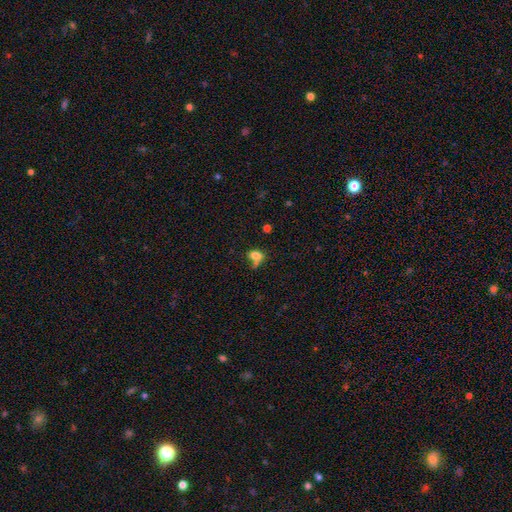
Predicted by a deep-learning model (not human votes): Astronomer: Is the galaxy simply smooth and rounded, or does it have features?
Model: smooth — 78%.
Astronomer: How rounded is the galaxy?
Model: in between — 73%.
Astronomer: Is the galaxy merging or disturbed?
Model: none — 40% (runner-up: merger, 29%).